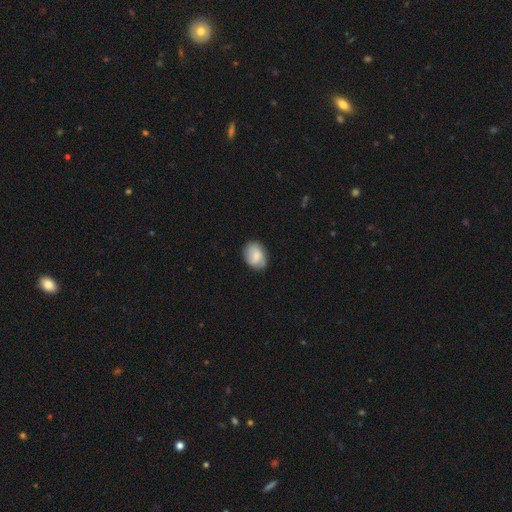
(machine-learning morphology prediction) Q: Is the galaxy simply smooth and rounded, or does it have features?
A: smooth — 77%.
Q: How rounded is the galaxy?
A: in between — 73%.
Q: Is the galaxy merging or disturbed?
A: none — 72%.